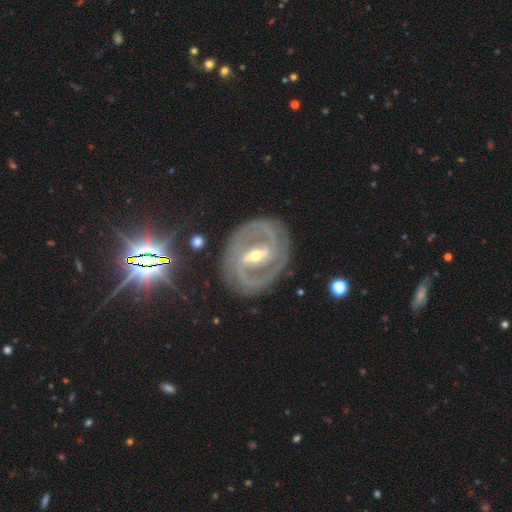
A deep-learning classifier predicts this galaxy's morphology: Smooth or featured: featured or disk — 90% (smooth — 5%)
Edge-on disk: no — 96% (yes — 4%)
Bar: strong — 59% (weak — 31%)
Spiral arms: yes — 95% (no — 5%)
Spiral winding: tight — 58% (medium — 35%)
Spiral arm count: 2 — 76% (3 — 8%)
Bulge size: small — 48% (tied with moderate — 48%)
Merging: none — 80% (minor disturbance — 13%)